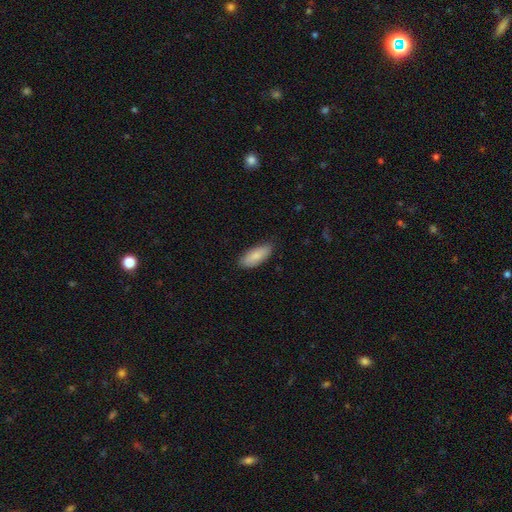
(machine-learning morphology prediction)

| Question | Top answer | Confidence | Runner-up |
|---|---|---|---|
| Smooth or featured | smooth | 84% | featured or disk (10%) |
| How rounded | in between | 83% | cigar-shaped (15%) |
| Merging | none | 82% | minor disturbance (14%) |